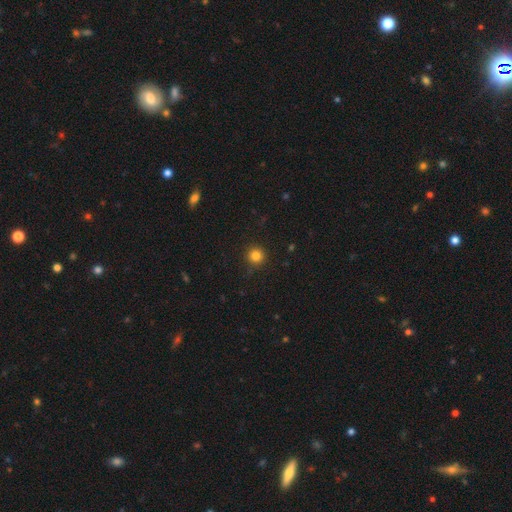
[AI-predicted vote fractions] The model was most divided on "smooth or featured": smooth: 83%, star or artifact: 12%, featured or disk: 4%. More confident: how rounded — round (95%); merging — none (91%).